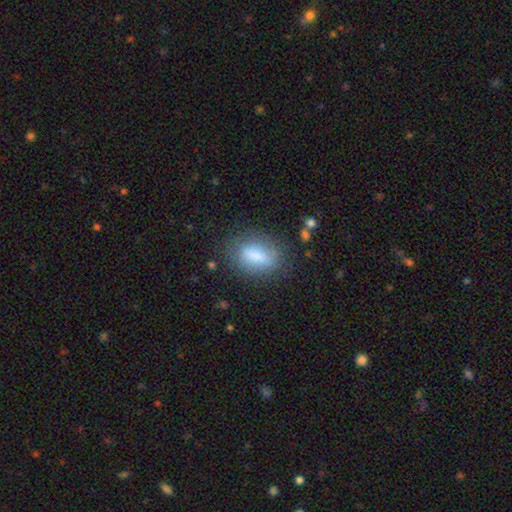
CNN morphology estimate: Smooth or featured?
  - smooth: 75% *
  - featured or disk: 16%
  - star or artifact: 8%
How rounded?
  - in between: 79% *
  - round: 12%
  - cigar-shaped: 9%
Merging?
  - none: 74% *
  - minor disturbance: 17%
  - major disturbance: 7%
  - merger: 2%